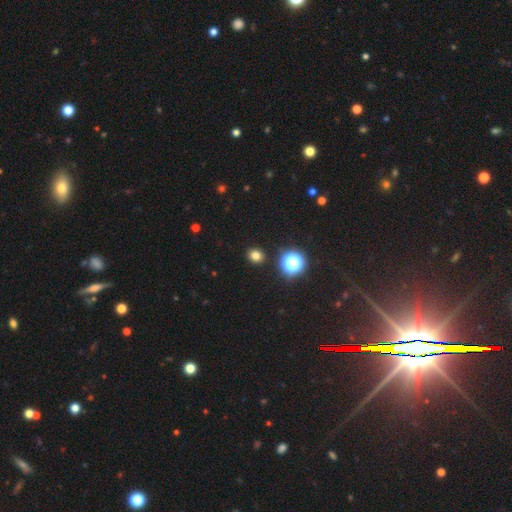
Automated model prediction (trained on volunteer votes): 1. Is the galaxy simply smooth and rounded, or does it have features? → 76% smooth, 18% star or artifact, 5% featured or disk.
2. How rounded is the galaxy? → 78% round, 21% in between, 1% cigar-shaped.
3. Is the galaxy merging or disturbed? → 91% none, 5% minor disturbance, 2% major disturbance, 2% merger.